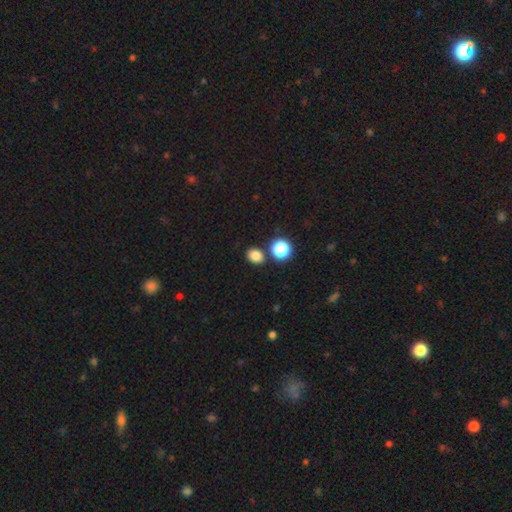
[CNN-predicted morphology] This is clearly a smooth galaxy (81%). How rounded: possibly in between (55%). Merging: clearly none (81%).